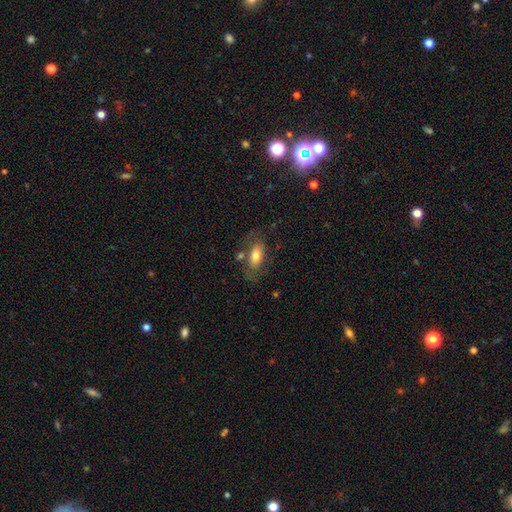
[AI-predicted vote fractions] Smooth or featured? Predicted: smooth (p=0.69). How rounded? Predicted: in between (p=0.87). Merging? Predicted: none (p=0.63).